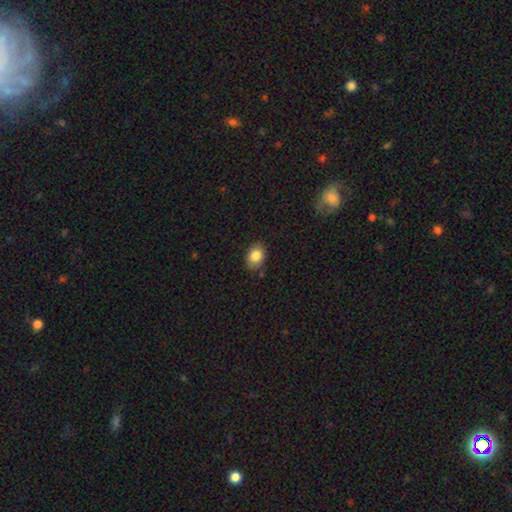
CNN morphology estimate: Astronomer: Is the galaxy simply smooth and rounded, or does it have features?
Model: smooth — 84%.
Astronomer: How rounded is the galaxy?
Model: in between — 76%.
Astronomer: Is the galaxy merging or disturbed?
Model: none — 81%.